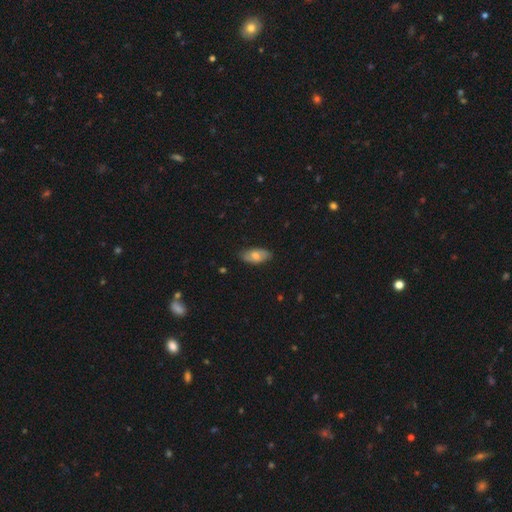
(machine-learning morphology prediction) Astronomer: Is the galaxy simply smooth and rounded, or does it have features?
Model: smooth — 68%.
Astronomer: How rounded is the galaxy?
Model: in between — 90%.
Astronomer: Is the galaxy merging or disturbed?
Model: none — 83%.